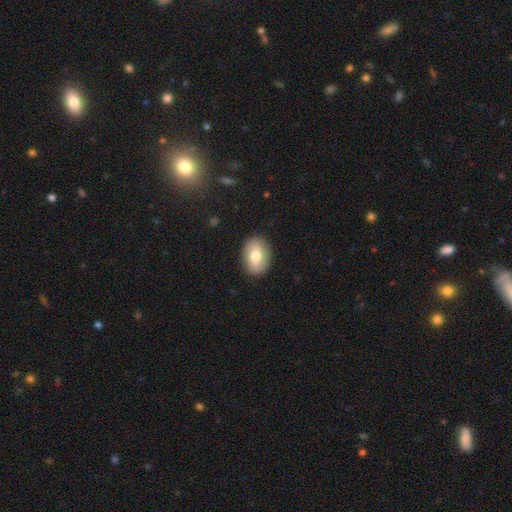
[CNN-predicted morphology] type=smooth (70%); roundness=in between (77%); merging=none (88%).